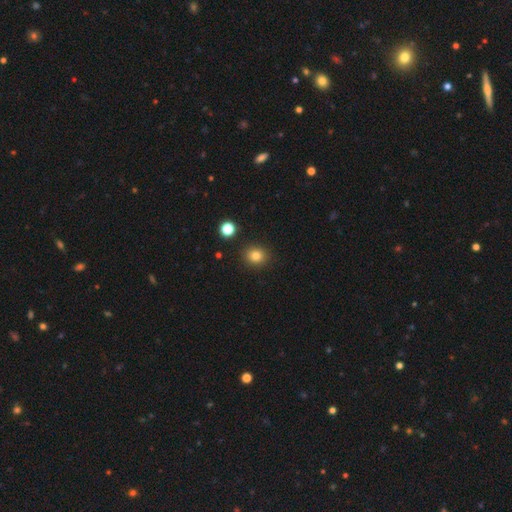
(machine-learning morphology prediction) Overall: smooth (82%). How rounded: round (77%). Merging: none (89%).